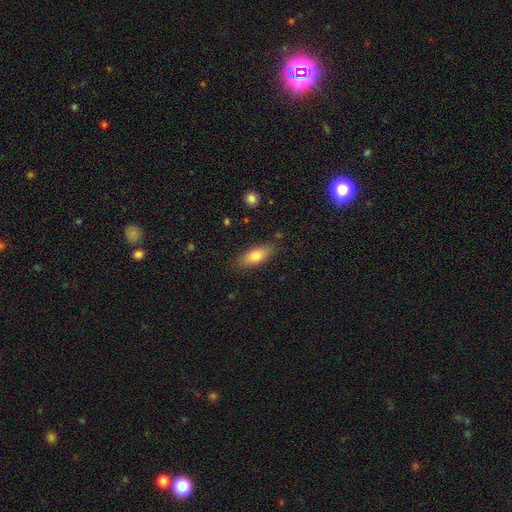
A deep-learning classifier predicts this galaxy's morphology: type=smooth (77%); roundness=in between (75%); merging=none (82%).